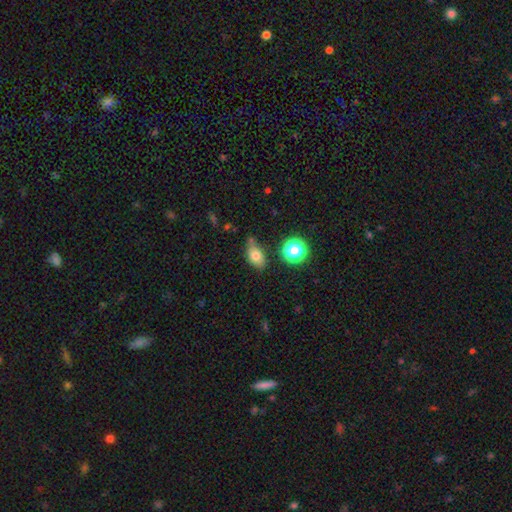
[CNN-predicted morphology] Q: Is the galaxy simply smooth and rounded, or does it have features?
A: smooth — 76%.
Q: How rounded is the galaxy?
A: in between — 80%.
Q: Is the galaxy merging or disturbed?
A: none — 64%.